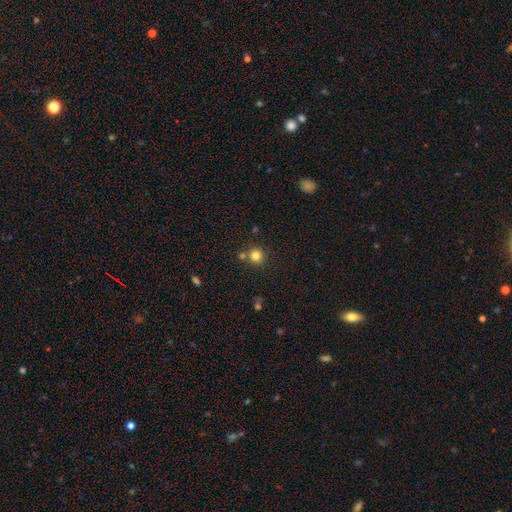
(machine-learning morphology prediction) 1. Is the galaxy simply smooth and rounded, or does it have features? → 80% smooth, 13% star or artifact, 6% featured or disk.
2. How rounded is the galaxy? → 93% round, 7% in between, 1% cigar-shaped.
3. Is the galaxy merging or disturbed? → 75% none, 15% merger, 8% minor disturbance, 3% major disturbance.